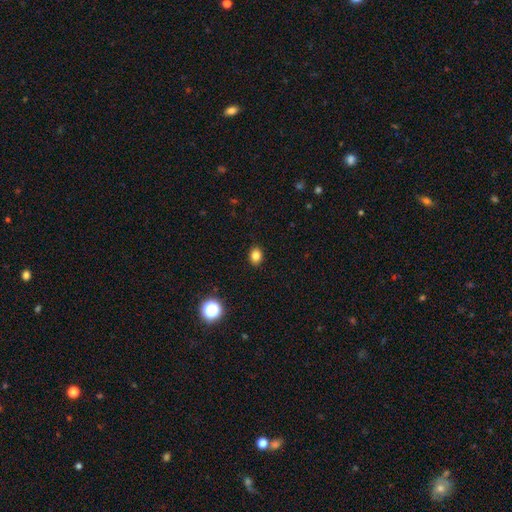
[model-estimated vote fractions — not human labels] This is clearly a smooth galaxy (82%). How rounded: possibly in between (57%). Merging: clearly none (90%).